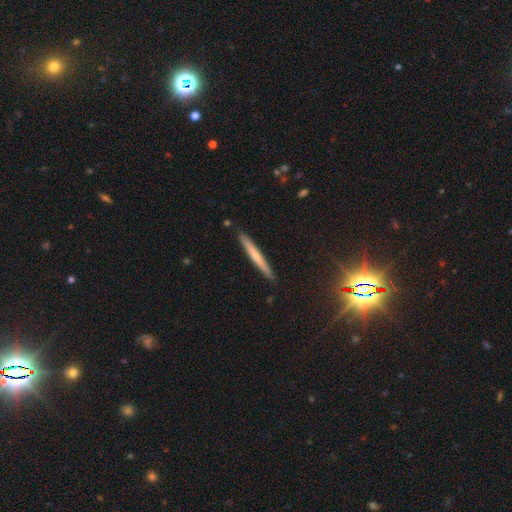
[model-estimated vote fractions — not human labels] Morphology: type=smooth (57%); roundness=cigar-shaped (97%); merging=none (91%).